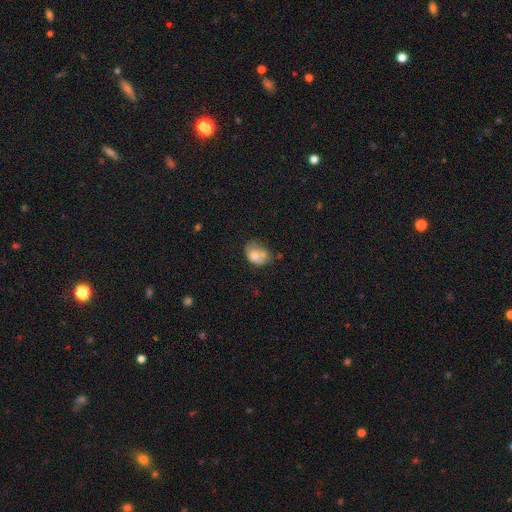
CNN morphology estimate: type=smooth (66%); roundness=in between (67%); merging=none (30%).